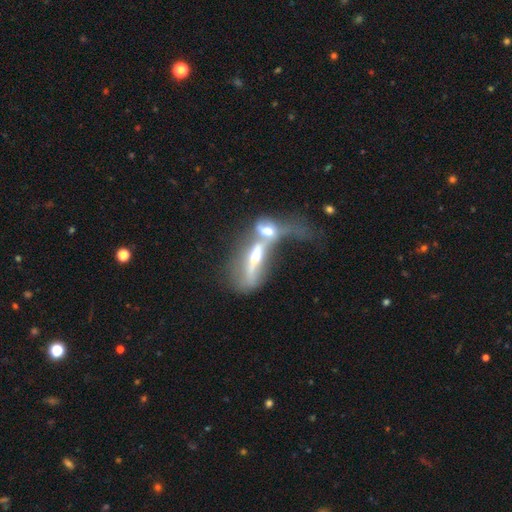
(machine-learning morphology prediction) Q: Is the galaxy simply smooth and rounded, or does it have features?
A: featured or disk — 63%.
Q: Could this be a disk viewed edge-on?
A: yes — 57%.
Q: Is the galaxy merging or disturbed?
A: merger — 72%.